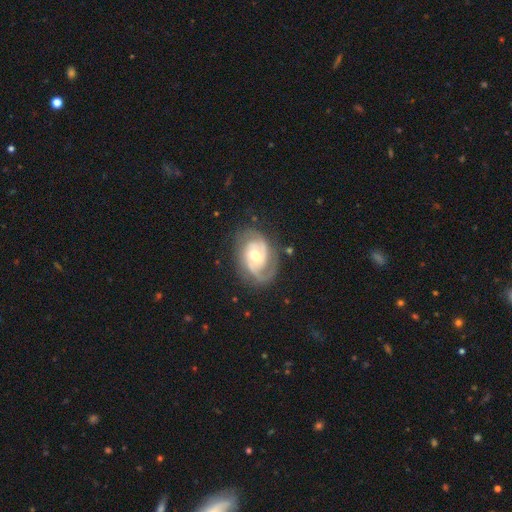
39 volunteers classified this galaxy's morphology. Smooth or featured?
  - featured or disk: 90% *
  - smooth: 8%
  - star or artifact: 3%
Edge-on disk?
  - no: 100% *
  - yes: 0%
Bar?
  - no: 69% *
  - weak: 29%
  - strong: 3%
Spiral arms?
  - yes: 100% *
  - no: 0%
Spiral winding?
  - medium: 49% *
  - tight: 37%
  - loose: 14%
Spiral arm count?
  - 2: 77% *
  - 3: 14%
  - can't tell: 6%
  - 1: 3%
  - 4: 0%
  - more than 4: 0%
Bulge size?
  - moderate: 86% *
  - small: 9%
  - large: 3%
  - none: 3%
  - dominant: 0%
Merging?
  - none: 58% *
  - minor disturbance: 21%
  - major disturbance: 21%
  - merger: 0%